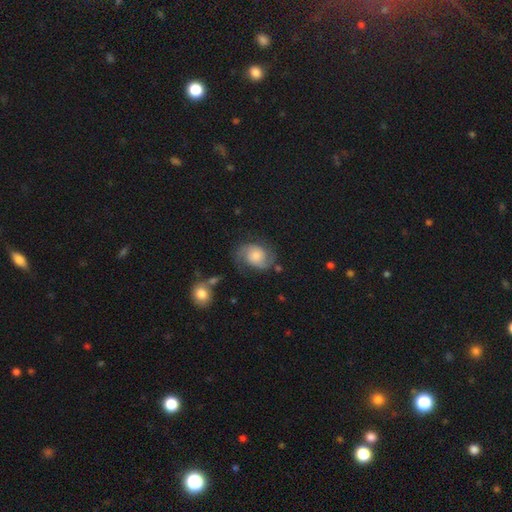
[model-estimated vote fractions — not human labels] Overall: featured or disk (62%; smooth 29%). Edge-on disk: no (97%). Bar: no (70%). Spiral arms: yes (91%). Spiral arm count: 2 (87%). Spiral winding: medium (47%; loose 28%). Bulge size: moderate (36%; large 27%). Merging: none (62%).